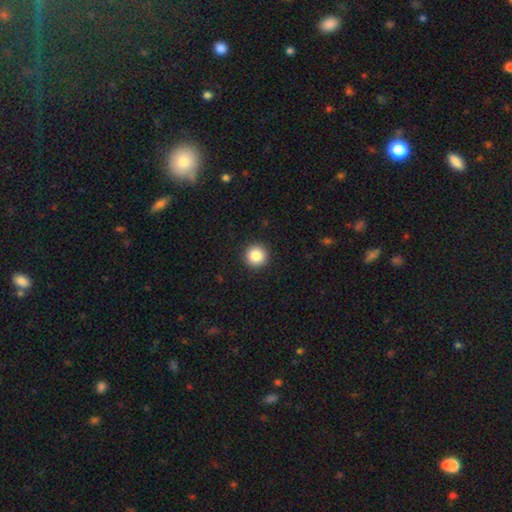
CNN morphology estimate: smooth-or-featured: smooth: 87% | star or artifact: 9% | featured or disk: 4%
  how-rounded: round: 96% | in between: 3% | cigar-shaped: 1%
  merging: none: 93% | minor disturbance: 5% | major disturbance: 2% | merger: 1%